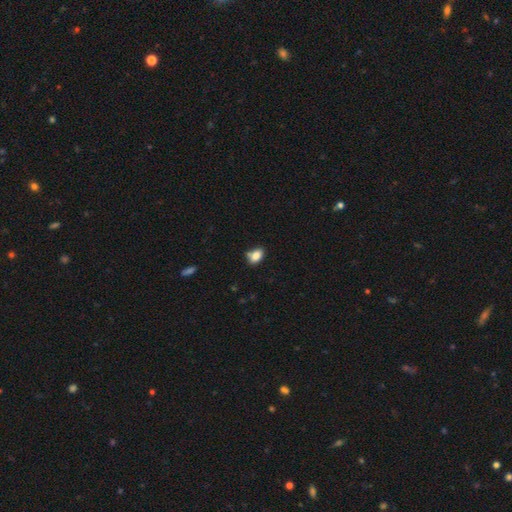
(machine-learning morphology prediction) Overall: smooth (83%). How rounded: in between (81%). Merging: none (64%).